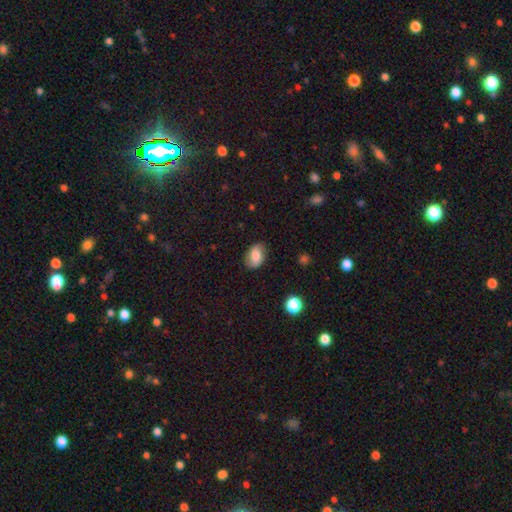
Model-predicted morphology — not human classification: Q: Smooth or featured?
A: smooth (76%); runner-up: featured or disk (16%)
Q: How rounded?
A: in between (85%); runner-up: round (14%)
Q: Merging?
A: none (79%); runner-up: minor disturbance (16%)